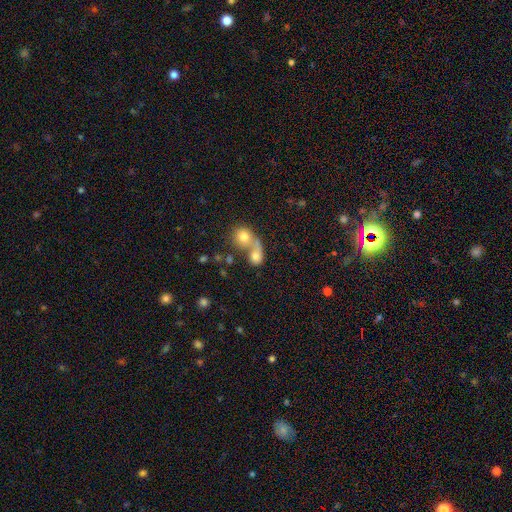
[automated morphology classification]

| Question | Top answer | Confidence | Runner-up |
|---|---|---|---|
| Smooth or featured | smooth | 71% | featured or disk (19%) |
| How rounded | round | 62% | in between (36%) |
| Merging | merger | 70% | none (18%) |